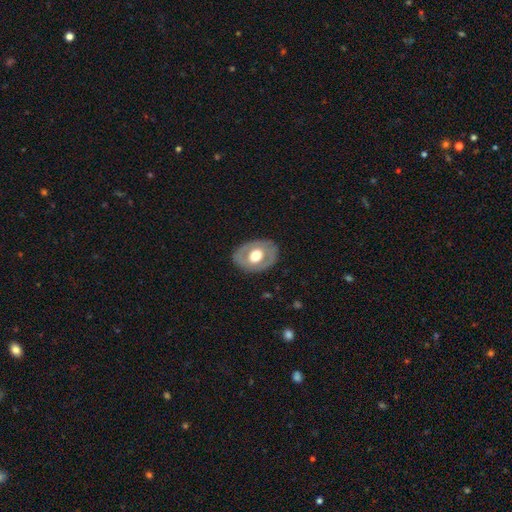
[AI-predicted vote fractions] smooth_or_featured: featured or disk (p=0.52) [alt: smooth p=0.43]
disk_edge_on: no (p=0.92) [alt: yes p=0.08]
merging: none (p=0.81) [alt: minor disturbance p=0.13]